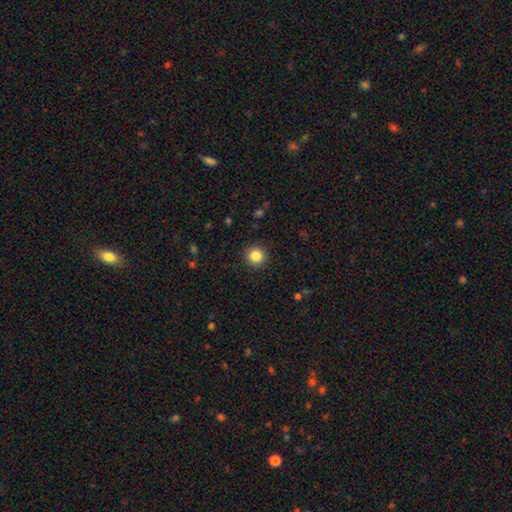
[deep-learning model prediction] smooth 85%, star or artifact 10%, featured or disk 4%. Down the decision tree: how rounded — round (95%); merging — none (92%).